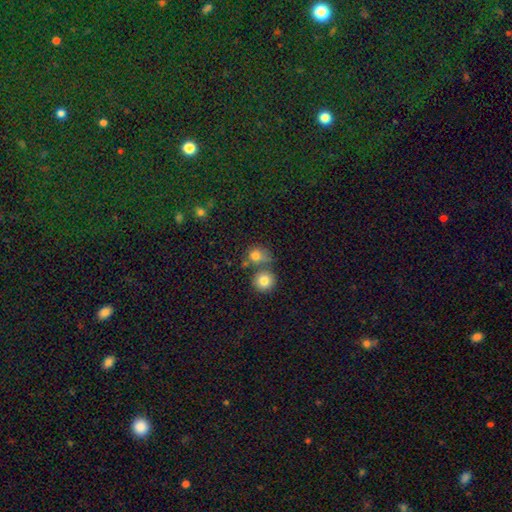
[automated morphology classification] This is likely a smooth galaxy (78%). How rounded: likely round (76%). Merging: possibly none (47%).